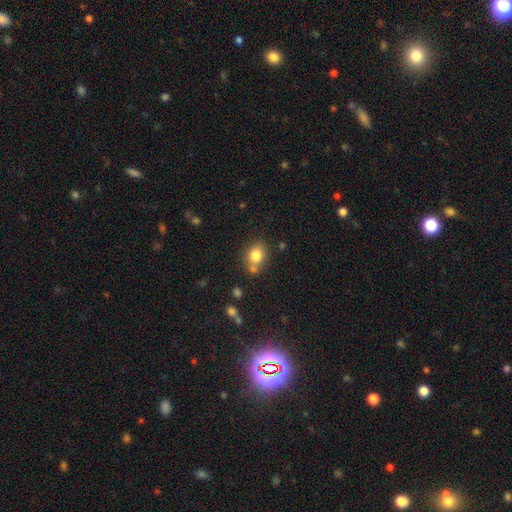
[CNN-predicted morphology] smooth_or_featured: smooth (p=0.80) [alt: star or artifact p=0.10]
how_rounded: in between (p=0.55) [alt: round p=0.44]
merging: none (p=0.62) [alt: merger p=0.19]